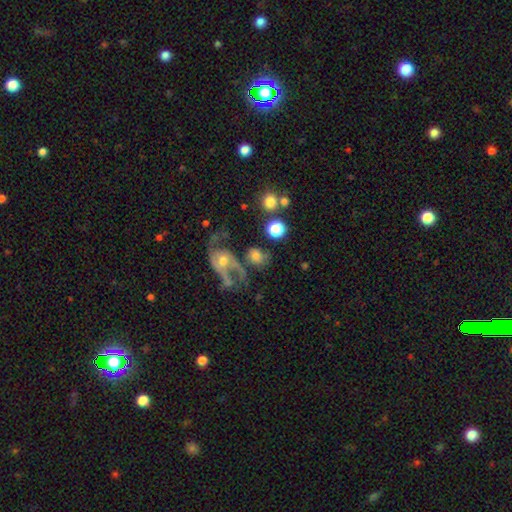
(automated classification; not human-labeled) This appears to be a smooth galaxy with no disk features (54%) that is round (55%). Merging: none (36%).